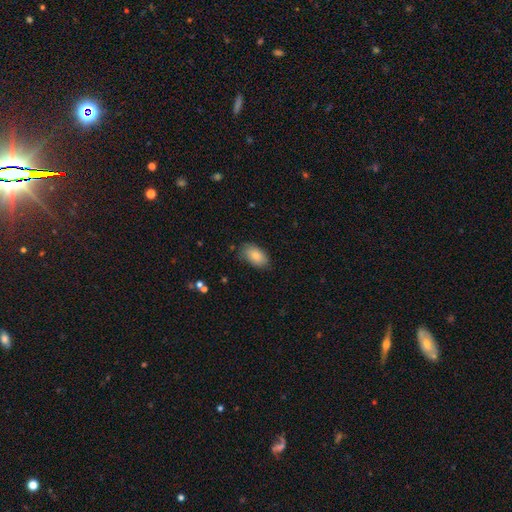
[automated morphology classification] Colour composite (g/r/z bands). It shows a smooth galaxy with no disk features (83%) that is in between round and cigar-shaped (93%). Merging: none (81%).